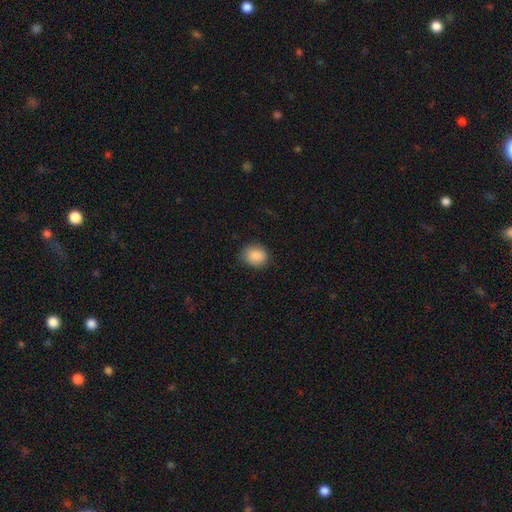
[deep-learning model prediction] Smooth or featured?
  - smooth: 89% *
  - star or artifact: 8%
  - featured or disk: 4%
How rounded?
  - in between: 53% *
  - round: 46%
  - cigar-shaped: 1%
Merging?
  - none: 84% *
  - minor disturbance: 12%
  - major disturbance: 3%
  - merger: 1%